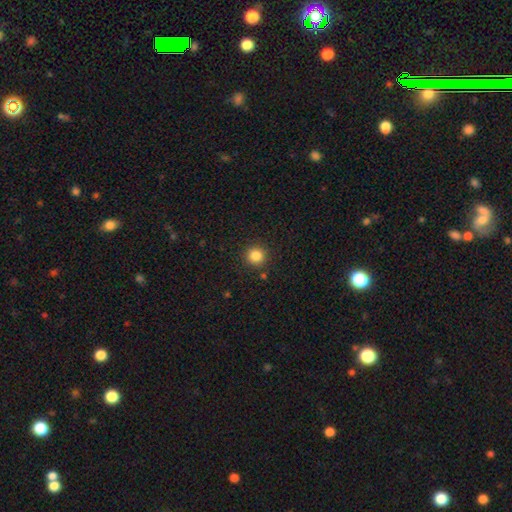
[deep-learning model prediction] Morphology: type=smooth (84%); roundness=round (94%); merging=none (90%).